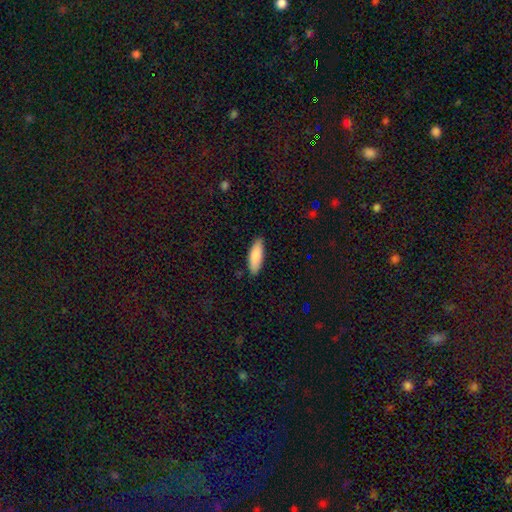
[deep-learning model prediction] This is clearly a smooth galaxy (86%). How rounded: likely in between (61%). Merging: clearly none (85%).